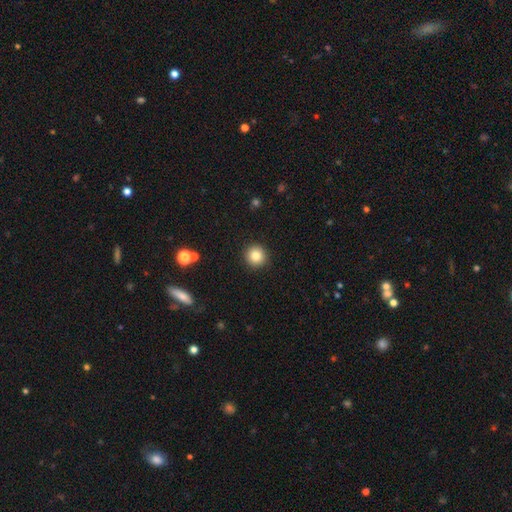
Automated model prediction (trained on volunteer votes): This appears to be a smooth galaxy with no disk features (83%) that is round (94%). Merging: none (92%).